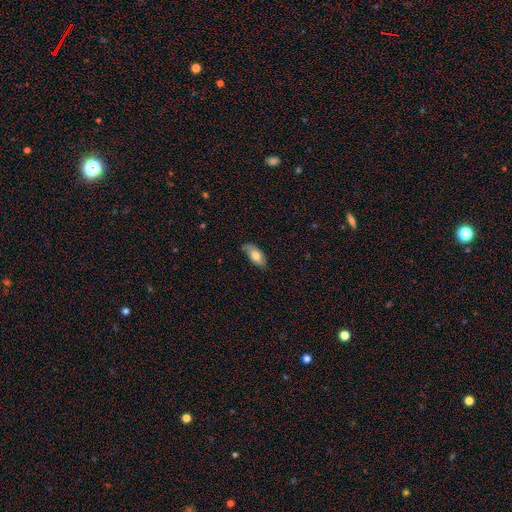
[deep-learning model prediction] The model was most divided on "merging": none: 73%, minor disturbance: 22%, major disturbance: 4%, merger: 1%. More confident: how rounded — in between (91%); smooth or featured — smooth (74%).